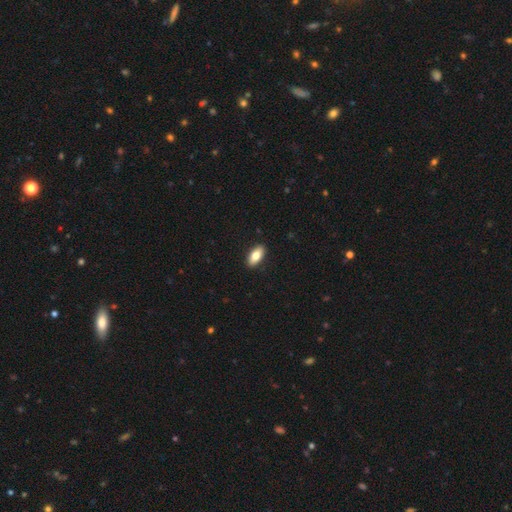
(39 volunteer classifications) smooth 85%, featured or disk 15%, star or artifact 0%. Down the decision tree: how rounded — in between (91%); merging — none (92%).